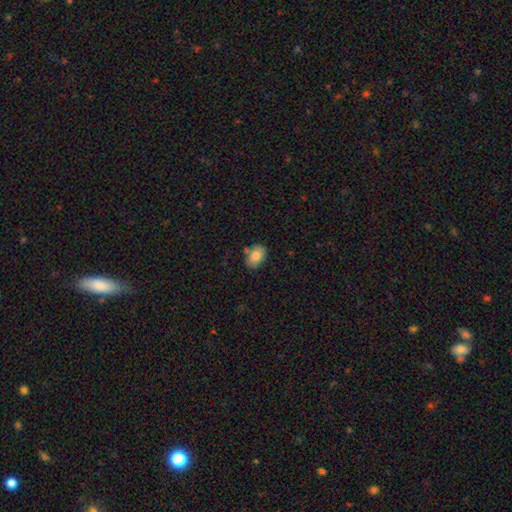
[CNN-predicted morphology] type=smooth (85%); roundness=in between (86%); merging=none (74%).